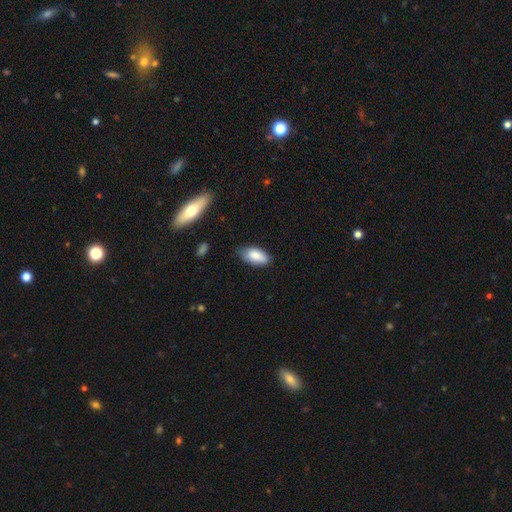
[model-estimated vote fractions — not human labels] A smooth galaxy with no disk features (84%) that is in between round and cigar-shaped (90%). Merging: none (66%).